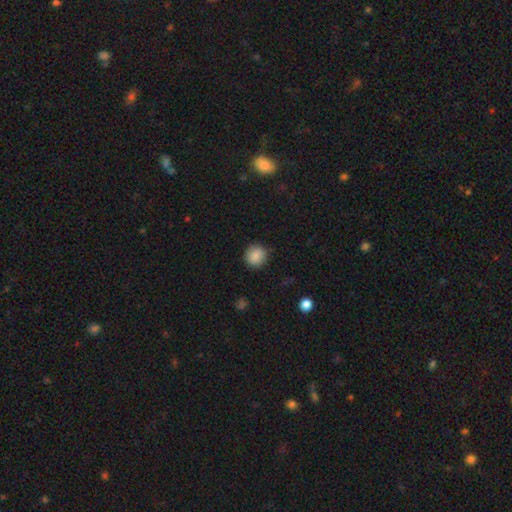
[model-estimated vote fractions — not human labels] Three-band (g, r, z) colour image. It shows a smooth galaxy with no disk features (87%) that is round (90%). Merging: none (88%).